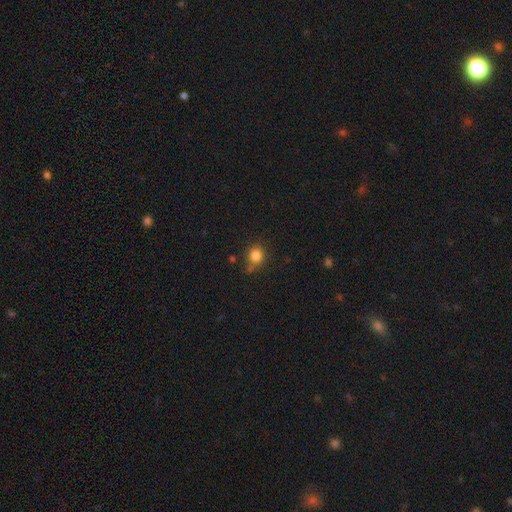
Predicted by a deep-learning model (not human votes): Q: Smooth or featured?
A: smooth (83%); runner-up: star or artifact (12%)
Q: How rounded?
A: round (77%); runner-up: in between (22%)
Q: Merging?
A: none (68%); runner-up: minor disturbance (20%)